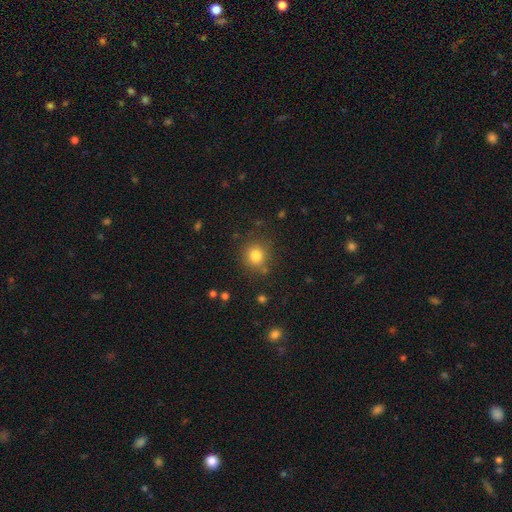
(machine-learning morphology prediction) smooth-or-featured: smooth: 81% | star or artifact: 13% | featured or disk: 7%
  how-rounded: round: 88% | in between: 11% | cigar-shaped: 1%
  merging: none: 82% | minor disturbance: 10% | merger: 4% | major disturbance: 4%